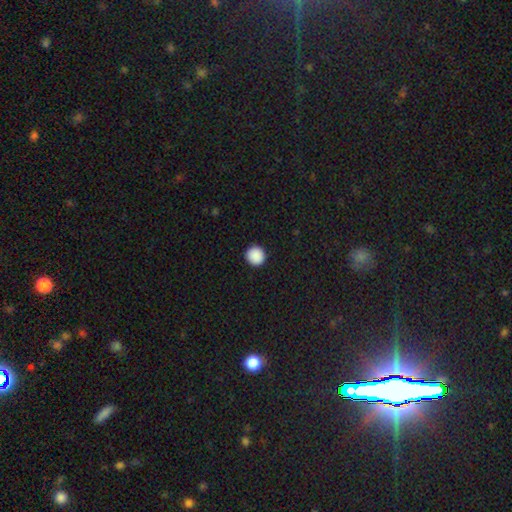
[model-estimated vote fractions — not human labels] smooth_or_featured: smooth (p=0.90) [alt: star or artifact p=0.08]
how_rounded: round (p=0.95) [alt: in between p=0.04]
merging: none (p=0.93) [alt: minor disturbance p=0.04]